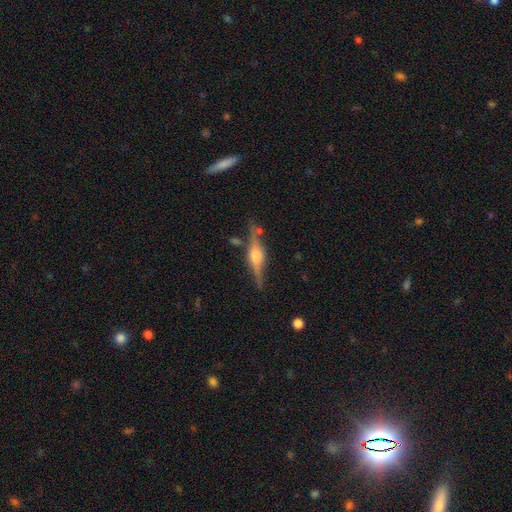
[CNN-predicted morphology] The model was most divided on "smooth or featured": featured or disk: 82%, smooth: 12%, star or artifact: 6%. More confident: edge-on disk — yes (97%); edge-on bulge — rounded (91%); merging — none (84%).